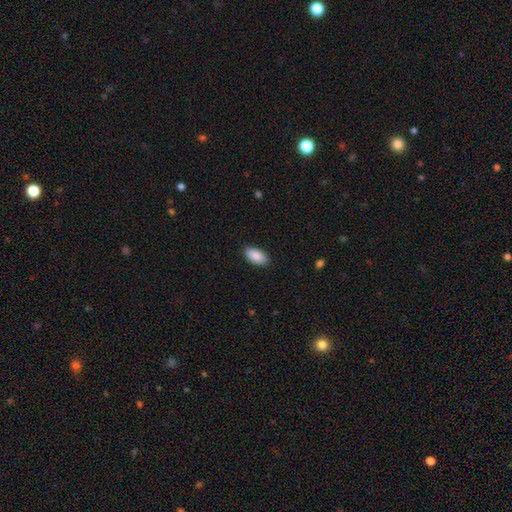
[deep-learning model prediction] A smooth galaxy with no disk features (89%) that is in between round and cigar-shaped (95%). Merging: none (89%).